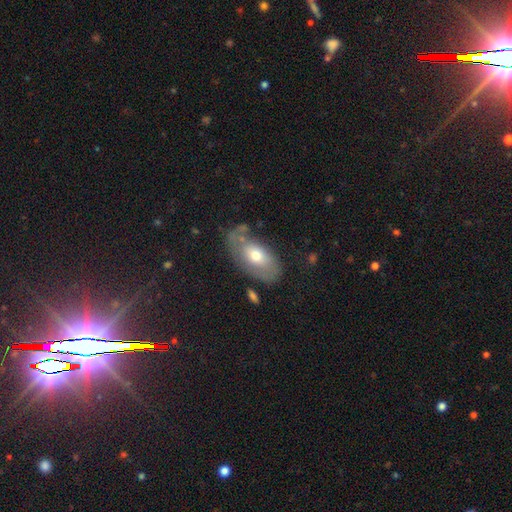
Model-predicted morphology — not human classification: Smooth or featured? Predicted: smooth (p=0.58). How rounded? Predicted: in between (p=0.91). Merging? Predicted: none (p=0.52).